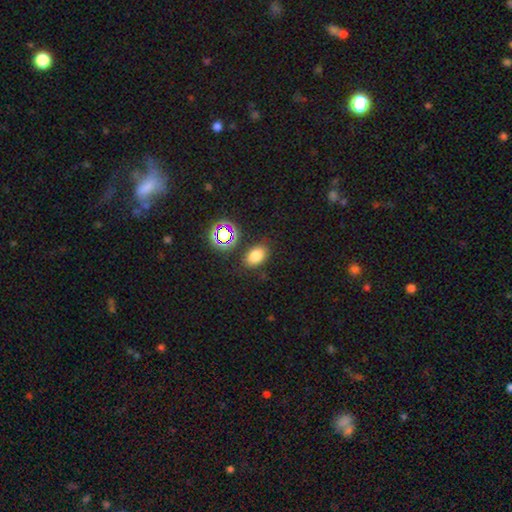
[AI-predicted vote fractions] smooth_or_featured: smooth (p=0.74) [alt: star or artifact p=0.18]
how_rounded: in between (p=0.83) [alt: round p=0.16]
merging: none (p=0.81) [alt: minor disturbance p=0.12]